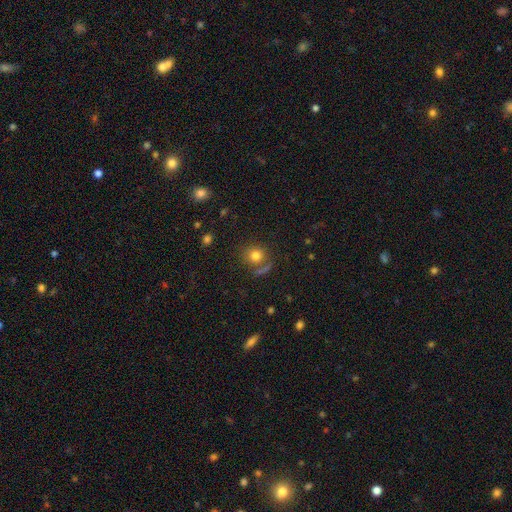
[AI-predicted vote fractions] Morphology: type=smooth (79%); roundness=round (86%); merging=none (70%).